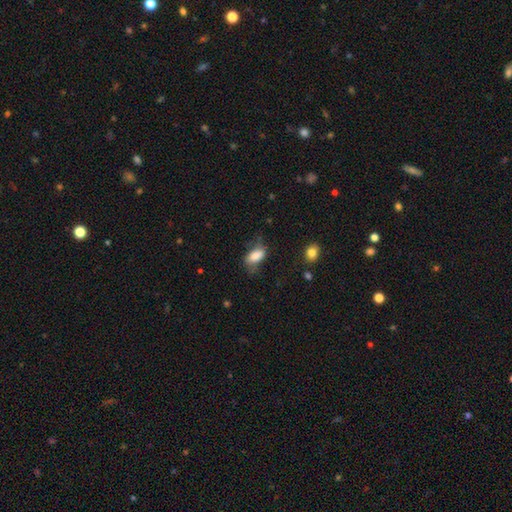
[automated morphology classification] smooth 77%, featured or disk 15%, star or artifact 8%. Down the decision tree: how rounded — in between (89%); merging — none (49%).